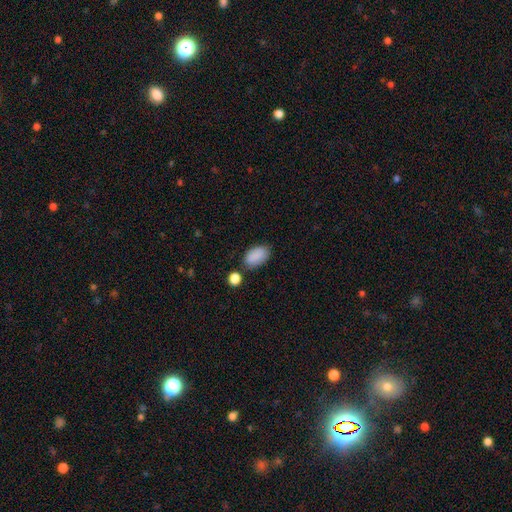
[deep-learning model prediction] Smooth or featured?
  - smooth: 88% *
  - star or artifact: 8%
  - featured or disk: 4%
How rounded?
  - in between: 93% *
  - round: 6%
  - cigar-shaped: 2%
Merging?
  - none: 74% *
  - minor disturbance: 16%
  - merger: 6%
  - major disturbance: 4%